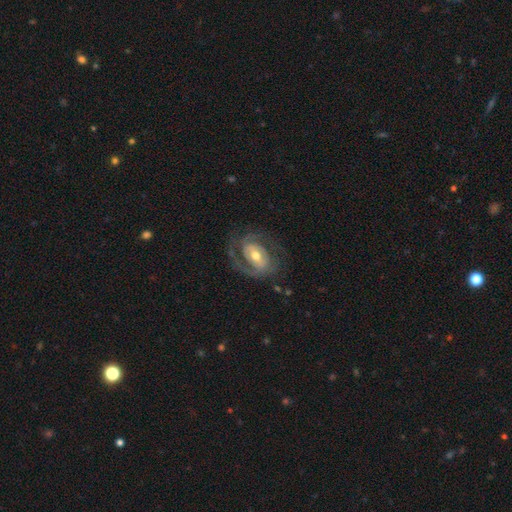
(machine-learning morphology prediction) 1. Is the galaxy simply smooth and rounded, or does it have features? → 84% featured or disk, 11% smooth, 5% star or artifact.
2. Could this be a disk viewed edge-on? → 97% no, 3% yes.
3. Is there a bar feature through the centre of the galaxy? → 42% weak, 29% strong, 29% no.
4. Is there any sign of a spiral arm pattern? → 90% yes, 10% no.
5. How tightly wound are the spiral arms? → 44% medium, 42% tight, 15% loose.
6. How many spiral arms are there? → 73% 2, 10% can't tell, 9% 1, 5% 3, 2% 4, 2% more than 4.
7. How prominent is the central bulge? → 68% moderate, 22% small, 8% large, 1% none, 1% dominant.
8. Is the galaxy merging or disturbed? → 67% none, 17% minor disturbance, 15% major disturbance, 1% merger.